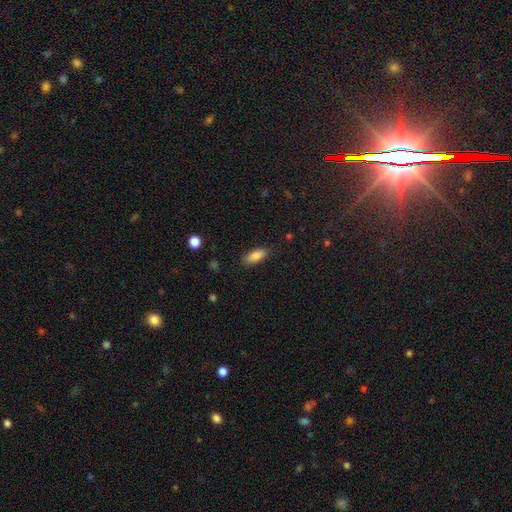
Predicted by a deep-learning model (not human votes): Overall: smooth (84%). How rounded: in between (81%). Merging: none (85%).